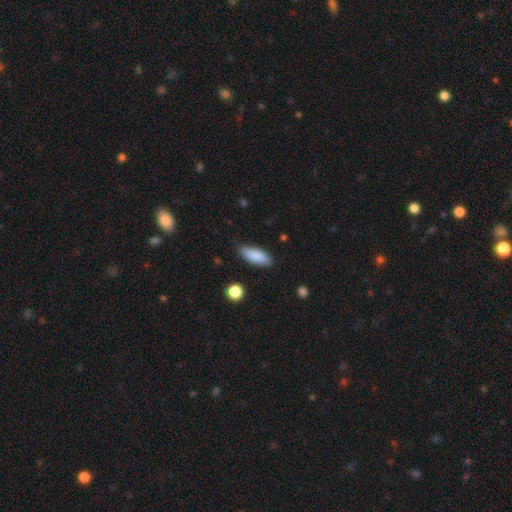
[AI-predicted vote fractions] The model was most divided on "how rounded": in between: 70%, cigar-shaped: 28%, round: 2%. More confident: smooth or featured — smooth (87%); merging — none (83%).